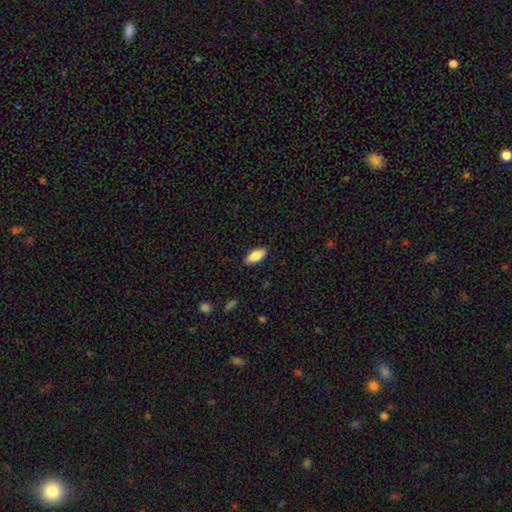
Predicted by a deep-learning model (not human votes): This appears to be a smooth galaxy with no disk features (85%) that is in between round and cigar-shaped (83%). Merging: none (87%).